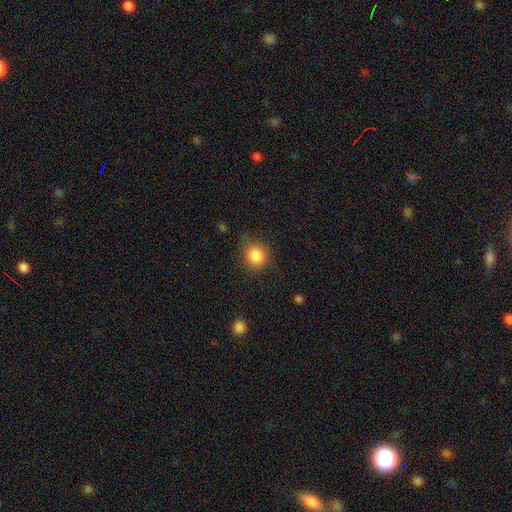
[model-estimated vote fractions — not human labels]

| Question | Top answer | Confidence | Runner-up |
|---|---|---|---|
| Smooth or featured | smooth | 85% | star or artifact (10%) |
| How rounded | round | 78% | in between (21%) |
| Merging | none | 74% | minor disturbance (19%) |